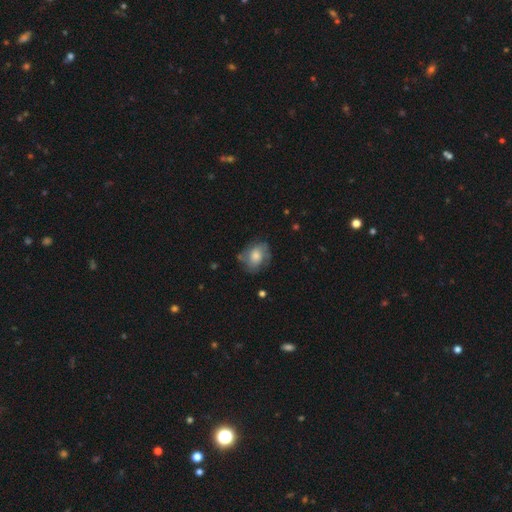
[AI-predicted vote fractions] Smooth or featured: smooth — 51% (featured or disk — 41%)
How rounded: in between — 50% (round — 49%)
Merging: none — 63% (minor disturbance — 24%)